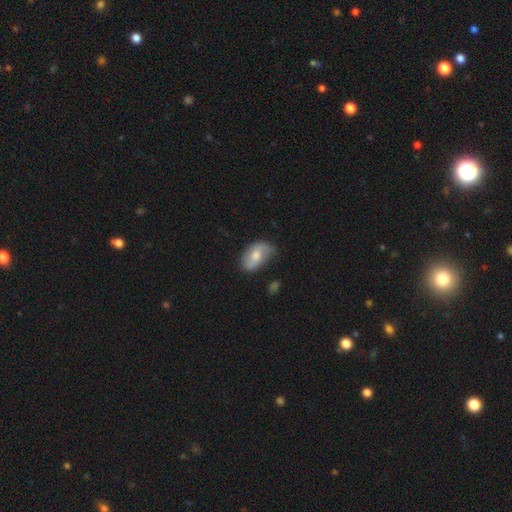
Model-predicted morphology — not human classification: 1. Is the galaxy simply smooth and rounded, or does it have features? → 52% smooth, 41% featured or disk, 6% star or artifact.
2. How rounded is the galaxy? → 91% in between, 7% round, 2% cigar-shaped.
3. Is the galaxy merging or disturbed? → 57% none, 32% minor disturbance, 8% major disturbance, 3% merger.